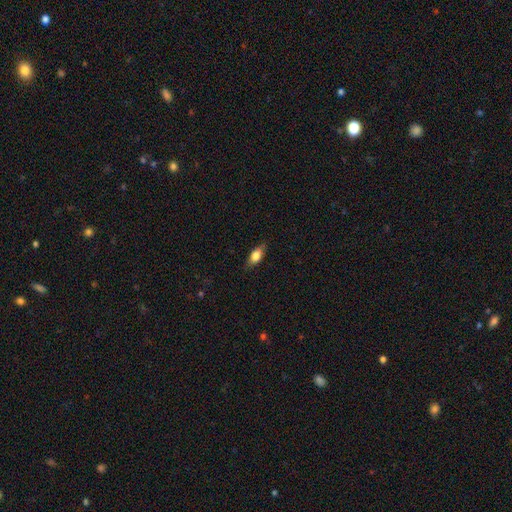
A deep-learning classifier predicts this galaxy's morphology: A smooth galaxy with no disk features (75%) that is in between round and cigar-shaped (81%). Merging: none (79%).